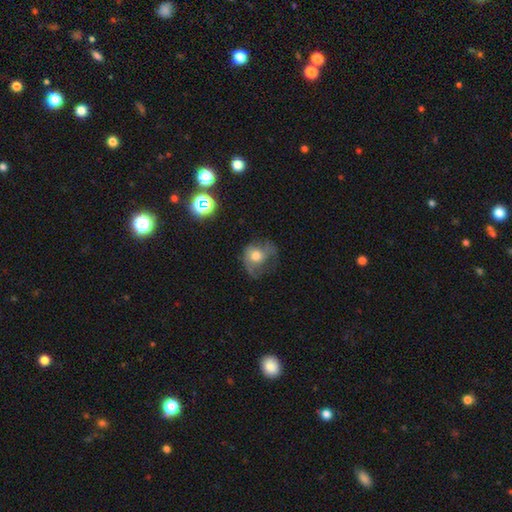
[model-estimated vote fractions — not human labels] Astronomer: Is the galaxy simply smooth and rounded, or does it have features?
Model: smooth — 49% (runner-up: featured or disk, 39%).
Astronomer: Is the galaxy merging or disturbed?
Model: major disturbance — 37% (runner-up: none, 34%).